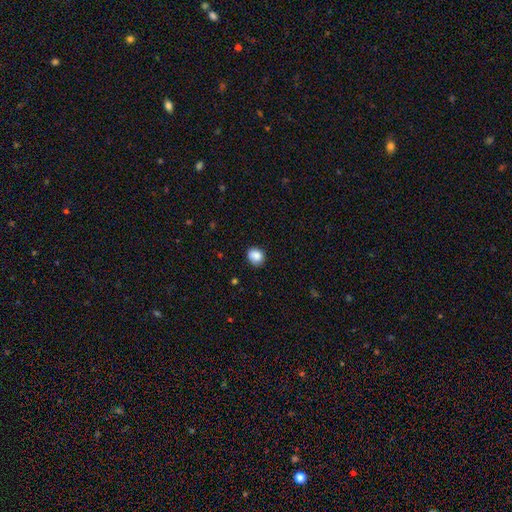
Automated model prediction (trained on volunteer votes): Morphology: type=smooth (87%); roundness=round (63%); merging=none (83%).